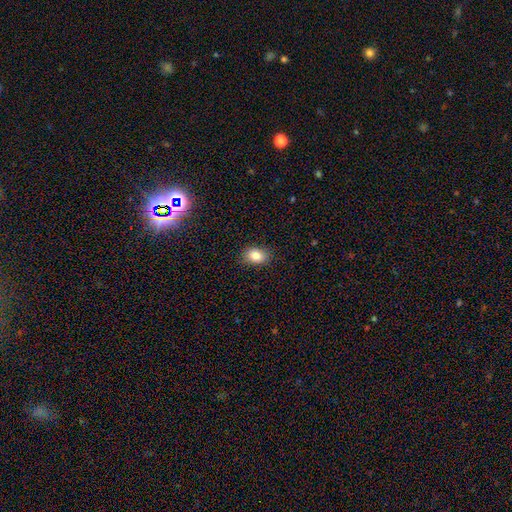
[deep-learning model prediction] smooth_or_featured: smooth (p=0.84) [alt: star or artifact p=0.09]
how_rounded: in between (p=0.75) [alt: round p=0.24]
merging: none (p=0.86) [alt: minor disturbance p=0.11]